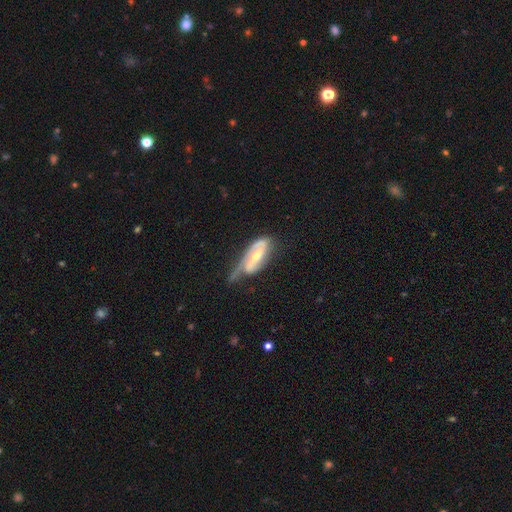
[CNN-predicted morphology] A featured or disk galaxy (74%) with a weak bar (39%), 2 (58%) medium (39%) spiral arms (86%) and a moderate central bulge (56%).

Vote fractions:
- Smooth or featured? featured or disk: 74% / smooth: 21% / star or artifact: 5%
- Edge-on disk? no: 90% / yes: 10%
- Bar? weak: 39% / strong: 35% / no: 27%
- Spiral arms? yes: 86% / no: 14%
- Spiral winding? medium: 39% / tight: 36% / loose: 25%
- Spiral arm count? 2: 58% / 1: 26% / can't tell: 12% / 3: 2% / 4: 1% / more than 4: 1%
- Bulge size? moderate: 56% / small: 36% / large: 5% / none: 2% / dominant: 1%
- Merging? minor disturbance: 35% / major disturbance: 31% / none: 31% / merger: 4%